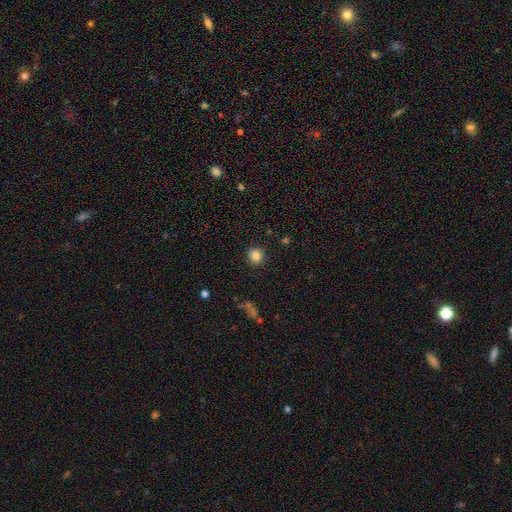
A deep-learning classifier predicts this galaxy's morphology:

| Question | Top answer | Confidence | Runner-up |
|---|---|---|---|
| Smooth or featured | smooth | 84% | star or artifact (11%) |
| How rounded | round | 93% | in between (6%) |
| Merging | none | 91% | minor disturbance (5%) |